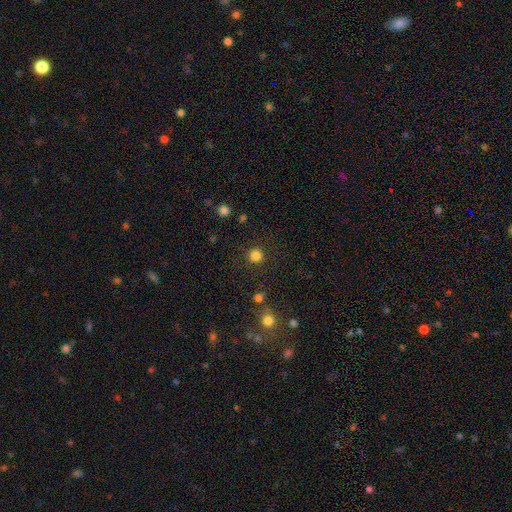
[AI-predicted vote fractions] smooth-or-featured: smooth: 83% | star or artifact: 14% | featured or disk: 4%
  how-rounded: round: 94% | in between: 5% | cigar-shaped: 1%
  merging: none: 88% | minor disturbance: 7% | major disturbance: 3% | merger: 2%